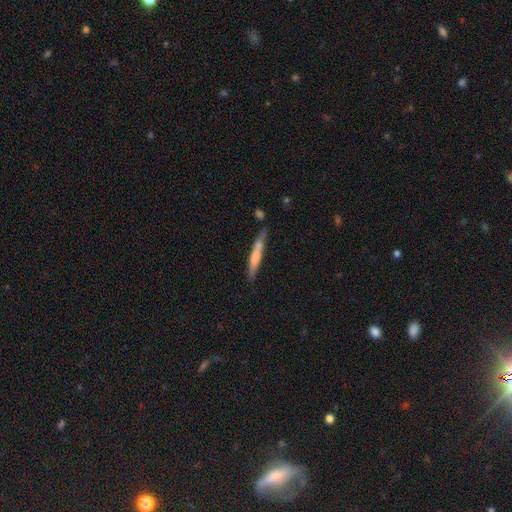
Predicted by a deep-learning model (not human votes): A smooth galaxy with no disk features (55%) that is cigar-shaped (94%).

Vote fractions:
- Smooth or featured? smooth: 55% / featured or disk: 39% / star or artifact: 6%
- How rounded? cigar-shaped: 94% / in between: 4% / round: 1%
- Merging? none: 74% / minor disturbance: 16% / merger: 6% / major disturbance: 3%